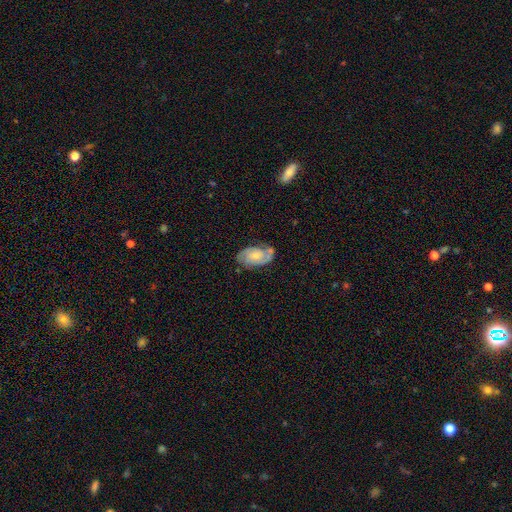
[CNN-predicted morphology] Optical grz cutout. It shows a featured or disk galaxy (69%) with no bar (66%), 2 (73%) tight (45%) spiral arms (91%) and a small central bulge (53%). Merging: none (62%).